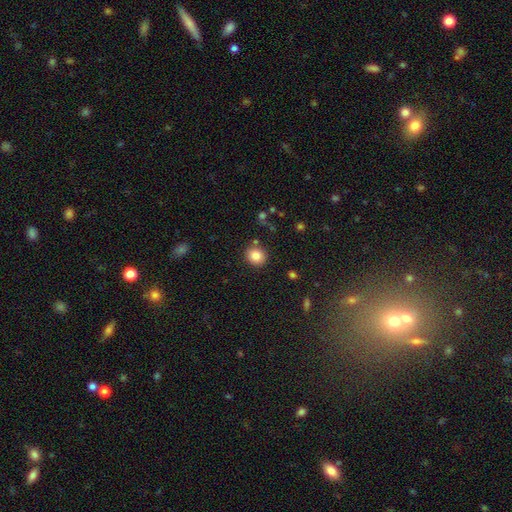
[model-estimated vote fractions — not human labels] smooth 85%, star or artifact 10%, featured or disk 5%. Down the decision tree: how rounded — round (78%); merging — none (85%).